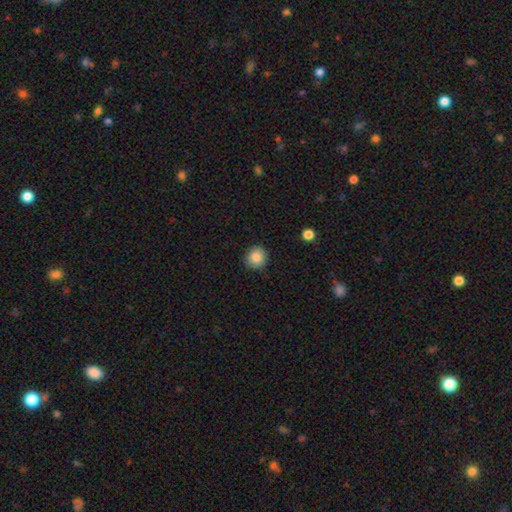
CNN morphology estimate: smooth-or-featured: smooth: 86% | star or artifact: 9% | featured or disk: 5%
  how-rounded: round: 90% | in between: 9% | cigar-shaped: 1%
  merging: none: 90% | minor disturbance: 7% | major disturbance: 2% | merger: 1%